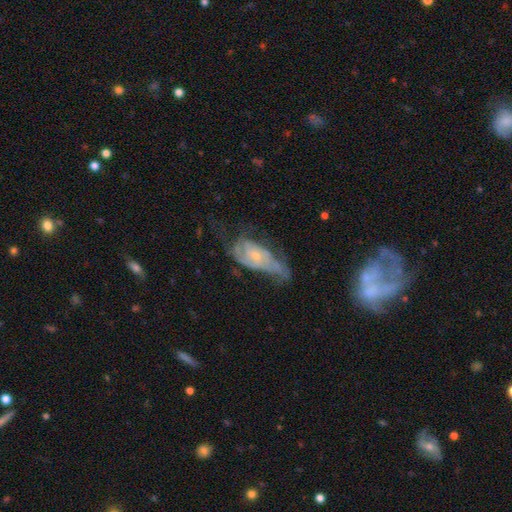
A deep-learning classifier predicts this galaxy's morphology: This is likely a featured or disk galaxy (72%). It is clearly not viewed edge-on (91%). Bar: likely no (73%). Spiral arm pattern: likely yes (80%). Spiral arm count: marginally can't tell (38%, tied with 2). Spiral winding: possibly tight (47%). Central bulge: likely small (70%). Merging: marginally none (36%).